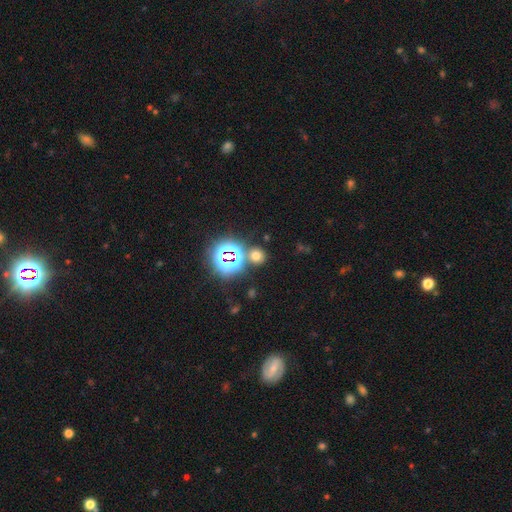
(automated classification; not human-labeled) A smooth galaxy with no disk features (58%) that is round (85%). Merging: none (77%).